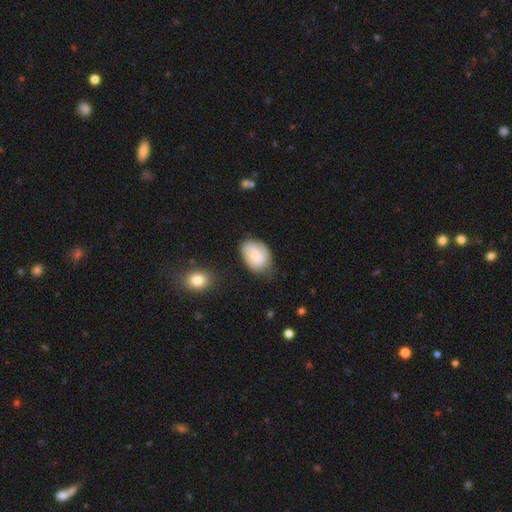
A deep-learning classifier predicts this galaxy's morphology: A smooth galaxy with no disk features (67%) that is in between round and cigar-shaped (80%). Merging: none (59%).